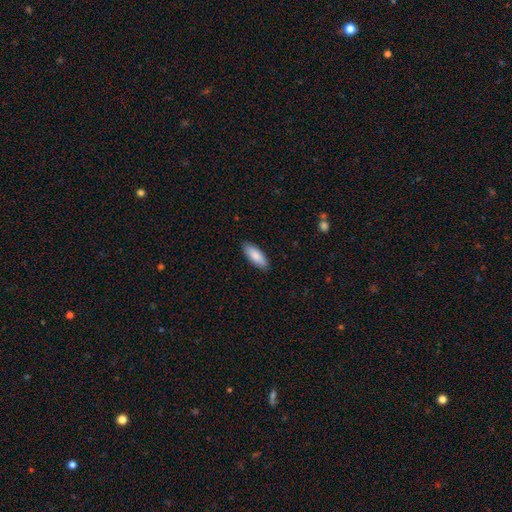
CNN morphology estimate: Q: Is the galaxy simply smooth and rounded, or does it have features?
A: smooth — 87%.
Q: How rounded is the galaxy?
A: in between — 73%.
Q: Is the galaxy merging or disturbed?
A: none — 89%.